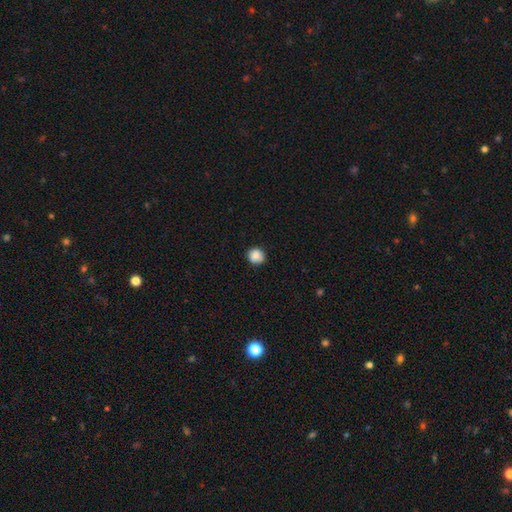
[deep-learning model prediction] This appears to be a smooth galaxy with no disk features (85%) that is round (88%). Merging: none (83%).